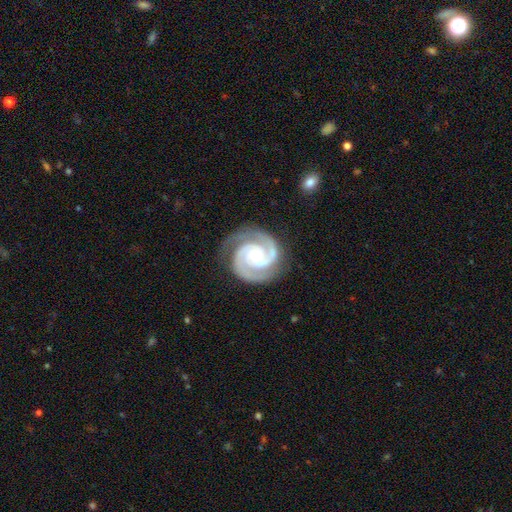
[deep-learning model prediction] Overall: featured or disk (94%). Edge-on disk: no (98%). Bar: no (70%). Spiral arms: yes (99%). Spiral arm count: 2 (79%). Spiral winding: tight (72%). Bulge size: small (51%; moderate 46%). Merging: none (81%).